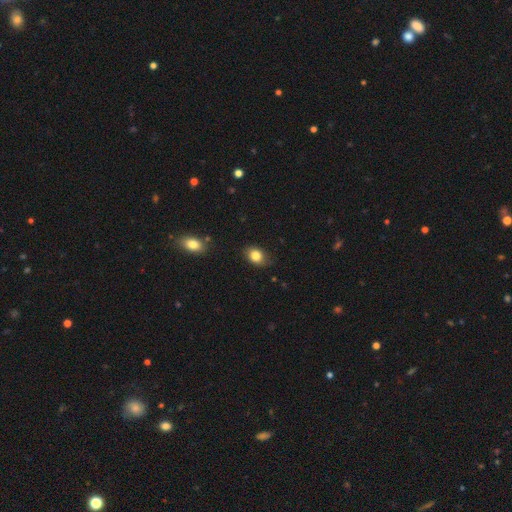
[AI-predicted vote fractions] Smooth or featured? smooth (84%)
How rounded? in between (67%)
Merging? none (77%)